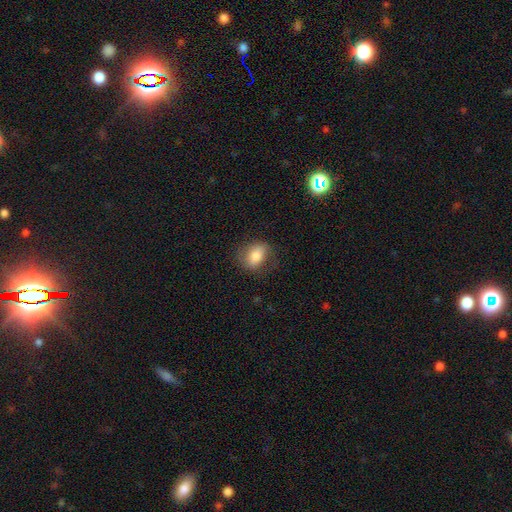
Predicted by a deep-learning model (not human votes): Morphology: type=smooth (78%); roundness=in between (73%); merging=none (71%).